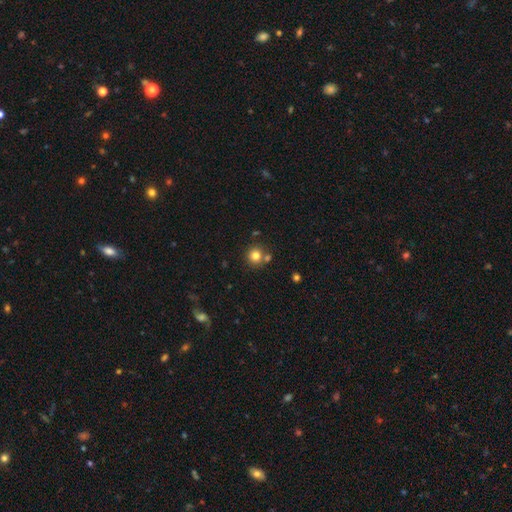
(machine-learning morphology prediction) Smooth or featured? smooth (79%)
How rounded? round (91%)
Merging? none (72%)